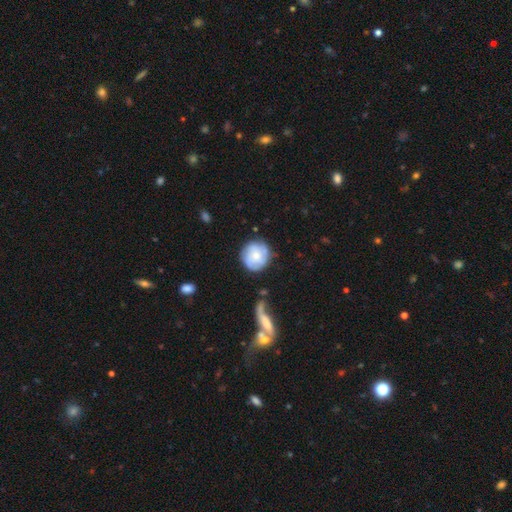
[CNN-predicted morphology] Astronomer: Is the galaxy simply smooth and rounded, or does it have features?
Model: featured or disk — 48% (runner-up: smooth, 45%).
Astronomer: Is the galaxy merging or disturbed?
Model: none — 69%.